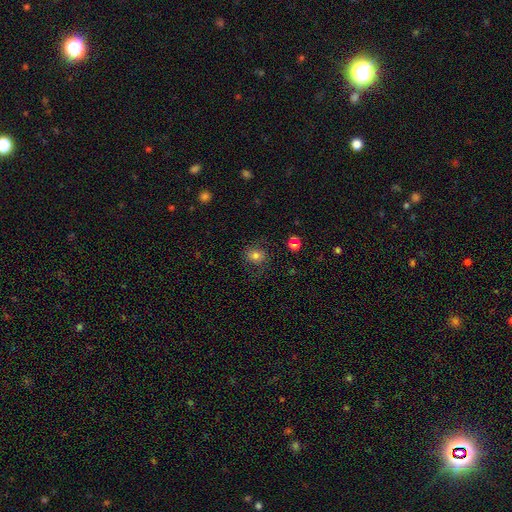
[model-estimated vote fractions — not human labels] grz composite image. It shows a smooth galaxy with no disk features (75%) that is round (72%). Merging: none (76%).